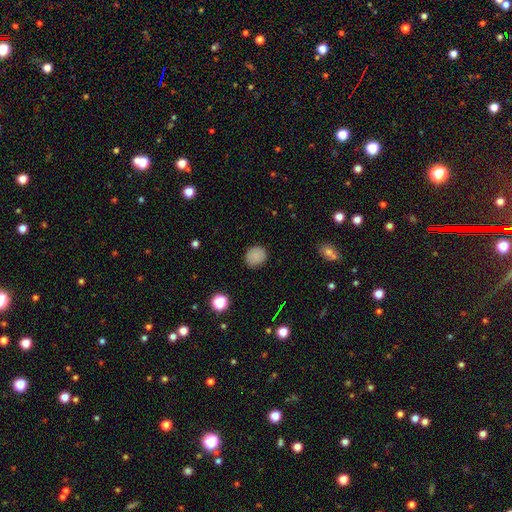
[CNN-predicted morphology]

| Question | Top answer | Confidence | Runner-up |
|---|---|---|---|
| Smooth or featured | smooth | 83% | star or artifact (11%) |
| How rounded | round | 81% | in between (18%) |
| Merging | none | 86% | minor disturbance (10%) |